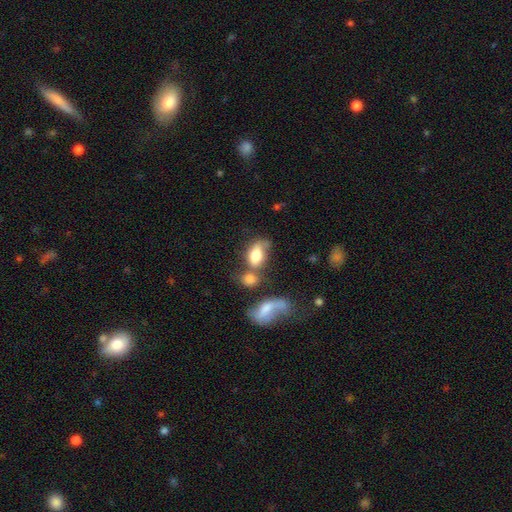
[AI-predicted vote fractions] Smooth or featured? smooth (72%)
How rounded? in between (85%)
Merging? merger (42%)